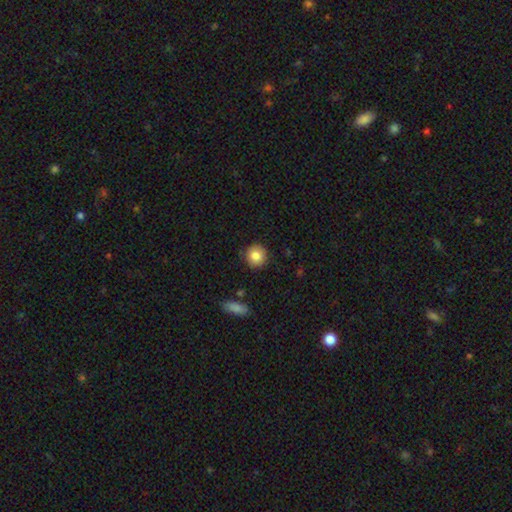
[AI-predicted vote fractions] Smooth or featured? smooth (84%)
How rounded? round (92%)
Merging? none (88%)